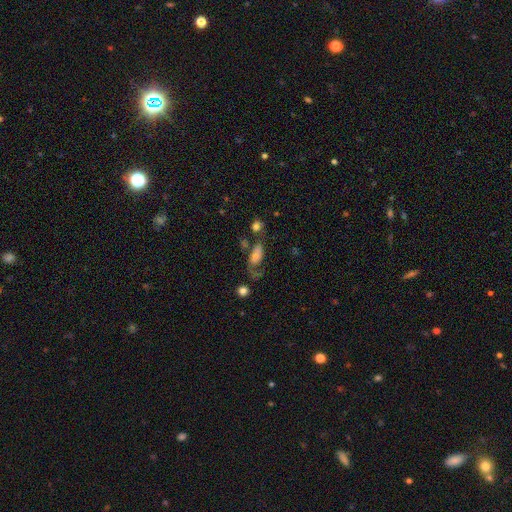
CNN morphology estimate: Q: Smooth or featured?
A: featured or disk (57%); runner-up: smooth (29%)
Q: Edge-on disk?
A: no (91%); runner-up: yes (9%)
Q: Bar?
A: no (64%); runner-up: weak (27%)
Q: Spiral arms?
A: yes (82%); runner-up: no (18%)
Q: Bulge size?
A: moderate (34%); runner-up: small (31%)
Q: Merging?
A: none (39%); runner-up: major disturbance (27%)